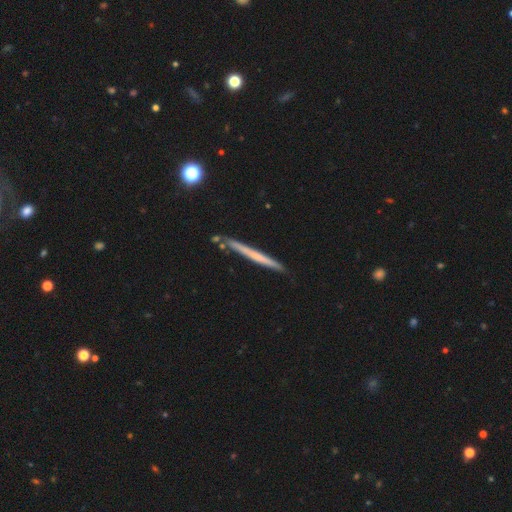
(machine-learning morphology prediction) This appears to be a featured or disk galaxy (49%). Merging: none (86%).